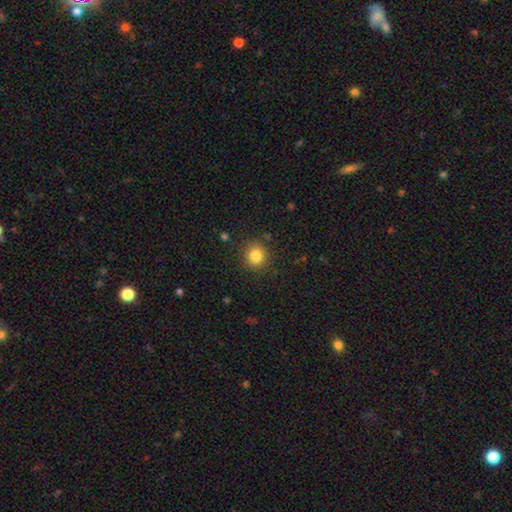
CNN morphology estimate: Q: Smooth or featured?
A: smooth (83%); runner-up: star or artifact (11%)
Q: How rounded?
A: round (87%); runner-up: in between (12%)
Q: Merging?
A: none (87%); runner-up: minor disturbance (9%)